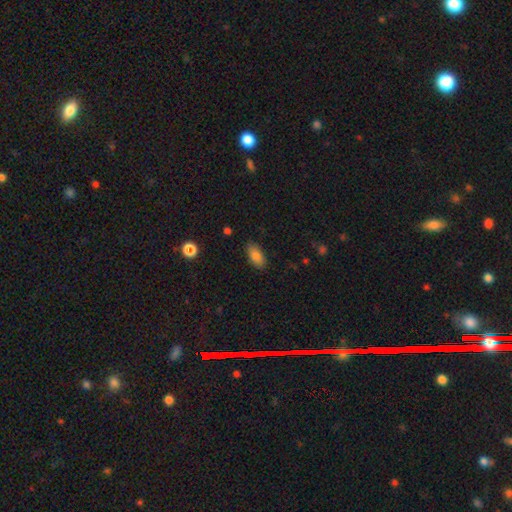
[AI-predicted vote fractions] This is clearly a smooth galaxy (84%). How rounded: clearly in between (89%). Merging: clearly none (84%).